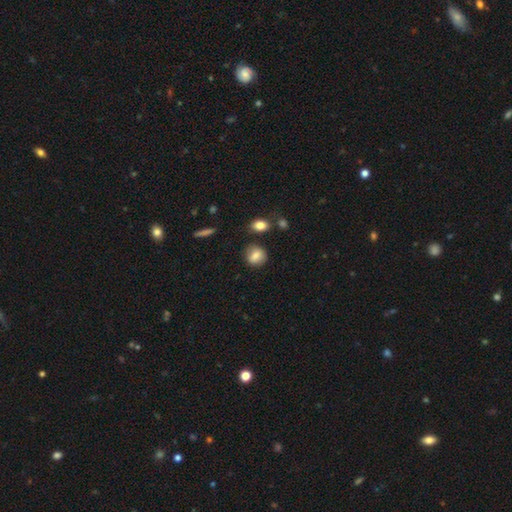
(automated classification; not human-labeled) The model was most divided on "how rounded": round: 75%, in between: 23%, cigar-shaped: 2%. More confident: smooth or featured — smooth (81%); merging — none (81%).